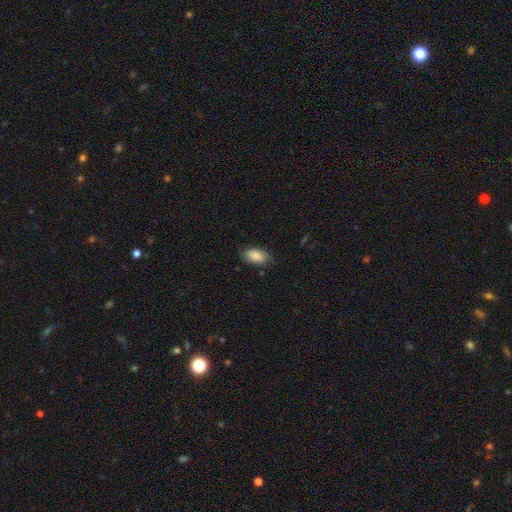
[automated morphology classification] Smooth or featured? Predicted: smooth (p=0.87). How rounded? Predicted: in between (p=0.93). Merging? Predicted: none (p=0.77).